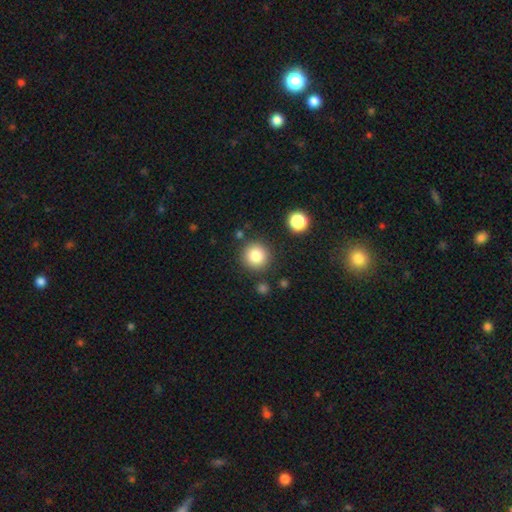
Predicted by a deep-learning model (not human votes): Smooth or featured: smooth — 83% (star or artifact — 10%)
How rounded: round — 94% (in between — 5%)
Merging: none — 86% (minor disturbance — 7%)